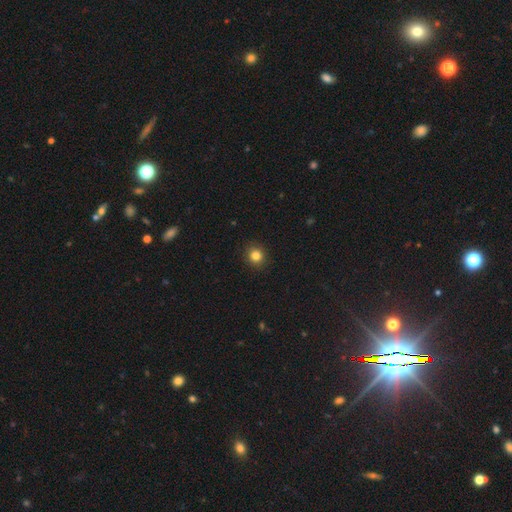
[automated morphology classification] A smooth galaxy with no disk features (83%) that is round (89%). Merging: none (92%).